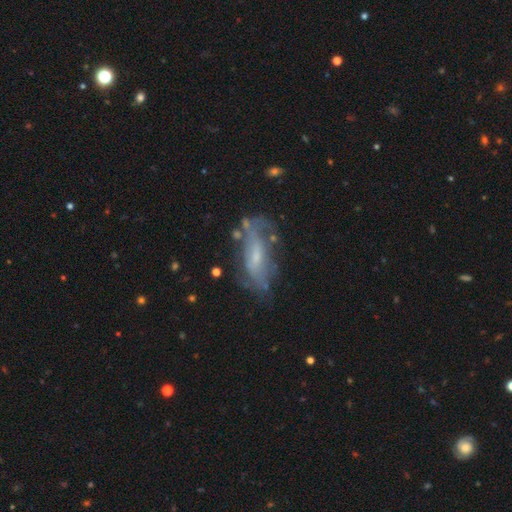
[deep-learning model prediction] A featured or disk galaxy (63%) with no bar (49%), spiral arms (61%) and a small central bulge (56%).

Vote fractions:
- Smooth or featured? featured or disk: 63% / smooth: 27% / star or artifact: 9%
- Edge-on disk? no: 82% / yes: 18%
- Bar? no: 49% / weak: 38% / strong: 13%
- Spiral arms? yes: 61% / no: 39%
- Bulge size? small: 56% / moderate: 27% / none: 13% / large: 3% / dominant: 1%
- Merging? none: 58% / minor disturbance: 23% / major disturbance: 15% / merger: 5%